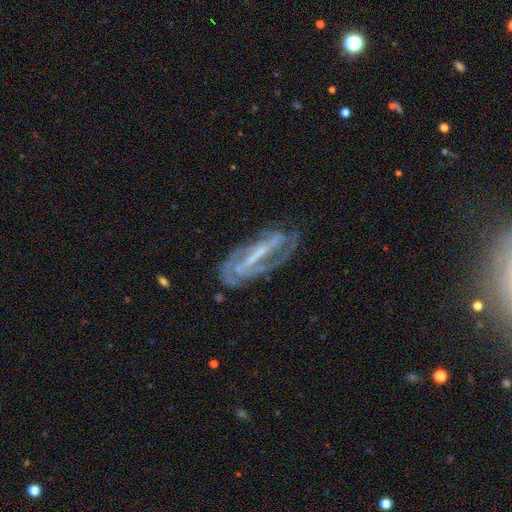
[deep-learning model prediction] Smooth or featured?
  - featured or disk: 81% *
  - smooth: 12%
  - star or artifact: 8%
Edge-on disk?
  - no: 85% *
  - yes: 15%
Bar?
  - strong: 62% *
  - weak: 25%
  - no: 13%
Spiral arms?
  - yes: 87% *
  - no: 13%
Spiral winding?
  - tight: 47% *
  - medium: 38%
  - loose: 14%
Spiral arm count?
  - 2: 55% *
  - can't tell: 23%
  - 1: 8%
  - 3: 8%
  - 4: 3%
  - more than 4: 3%
Bulge size?
  - small: 50% *
  - none: 27%
  - moderate: 18%
  - large: 3%
  - dominant: 1%
Merging?
  - none: 65% *
  - minor disturbance: 20%
  - major disturbance: 13%
  - merger: 3%